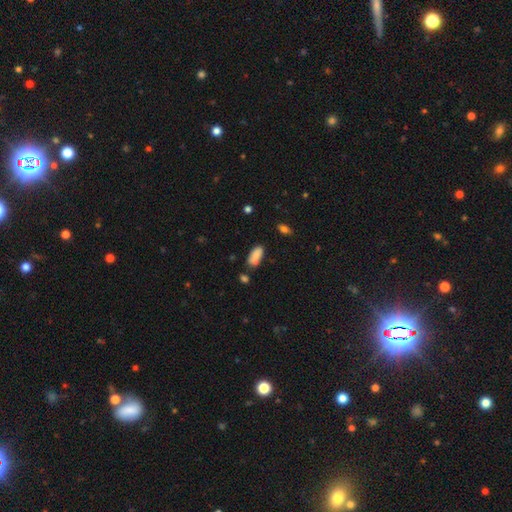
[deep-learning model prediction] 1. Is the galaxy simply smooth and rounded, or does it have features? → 83% smooth, 9% featured or disk, 8% star or artifact.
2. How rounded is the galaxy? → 88% in between, 9% cigar-shaped, 2% round.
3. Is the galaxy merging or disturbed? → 62% none, 23% minor disturbance, 10% merger, 5% major disturbance.